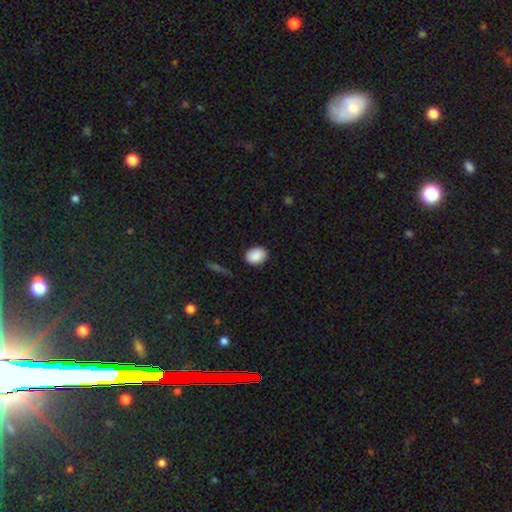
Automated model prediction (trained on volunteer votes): smooth_or_featured: smooth (p=0.89) [alt: star or artifact p=0.07]
how_rounded: in between (p=0.61) [alt: round p=0.37]
merging: none (p=0.86) [alt: minor disturbance p=0.10]